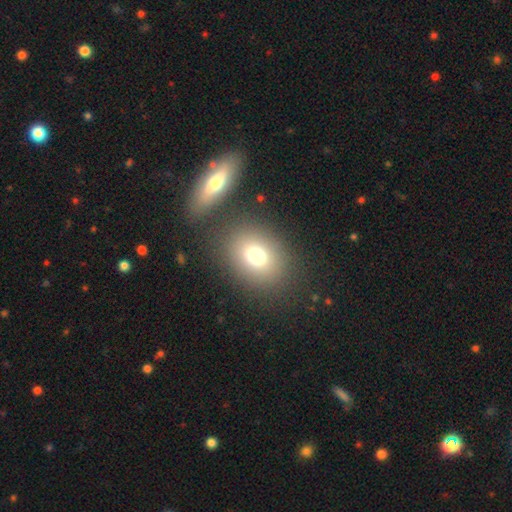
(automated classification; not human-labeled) Smooth or featured: smooth — 74% (star or artifact — 15%)
How rounded: round — 50% (in between — 49%)
Merging: none — 77% (minor disturbance — 9%)